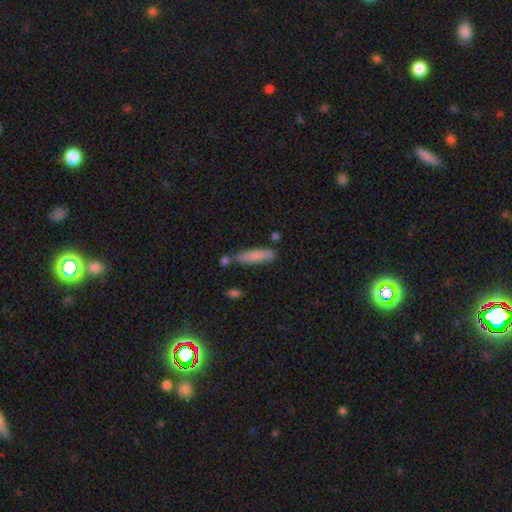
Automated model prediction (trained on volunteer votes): Smooth or featured? Predicted: smooth (p=0.81). How rounded? Predicted: cigar-shaped (p=0.74). Merging? Predicted: none (p=0.71).